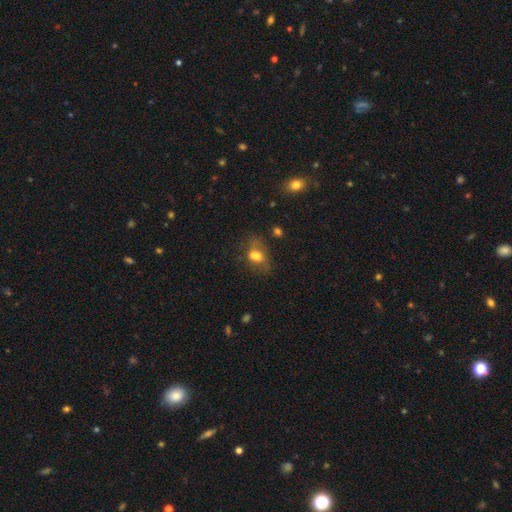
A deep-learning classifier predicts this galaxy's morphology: This appears to be a smooth galaxy with no disk features (65%) that is in between round and cigar-shaped (78%). Merging: none (41%).